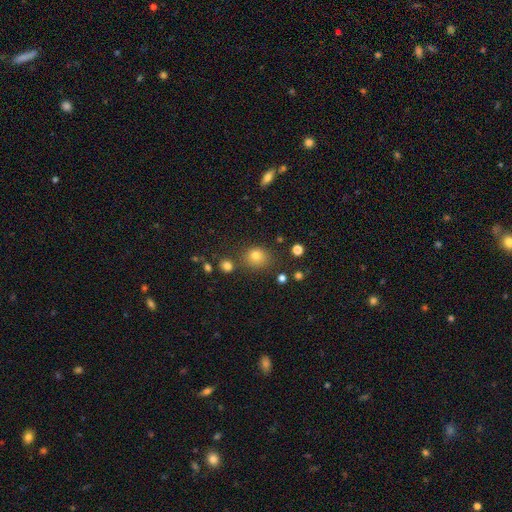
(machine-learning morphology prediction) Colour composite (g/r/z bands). It shows a smooth galaxy with no disk features (78%) that is round (75%). Merging: none (76%).